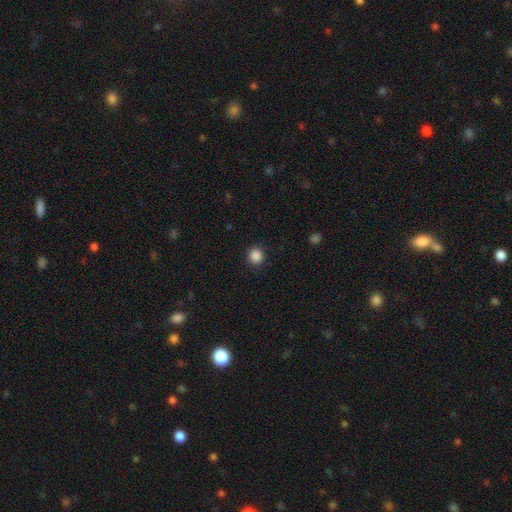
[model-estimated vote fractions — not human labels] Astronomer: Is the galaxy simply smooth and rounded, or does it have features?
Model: smooth — 87%.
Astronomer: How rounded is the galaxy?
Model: round — 91%.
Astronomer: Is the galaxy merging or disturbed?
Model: none — 91%.